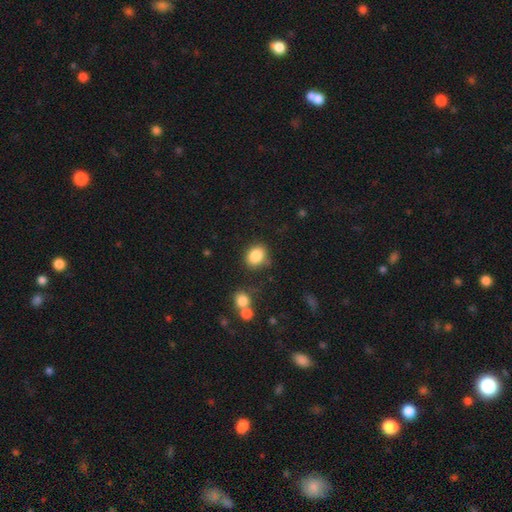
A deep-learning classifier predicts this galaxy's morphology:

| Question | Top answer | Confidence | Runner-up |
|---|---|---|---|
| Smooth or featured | smooth | 86% | star or artifact (9%) |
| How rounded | round | 53% | in between (46%) |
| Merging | none | 78% | minor disturbance (13%) |